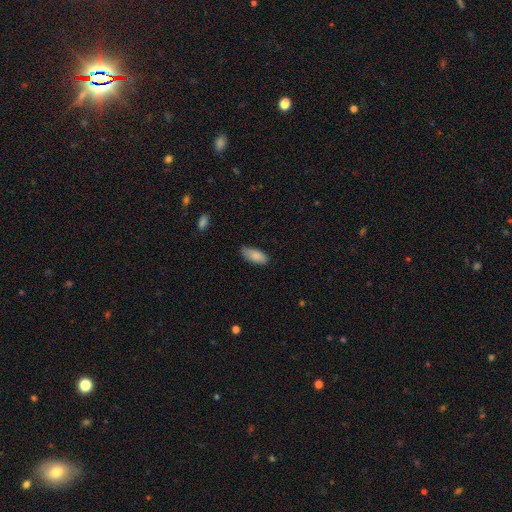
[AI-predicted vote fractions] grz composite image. It shows a smooth galaxy with no disk features (87%) that is in between round and cigar-shaped (84%). Merging: none (73%).